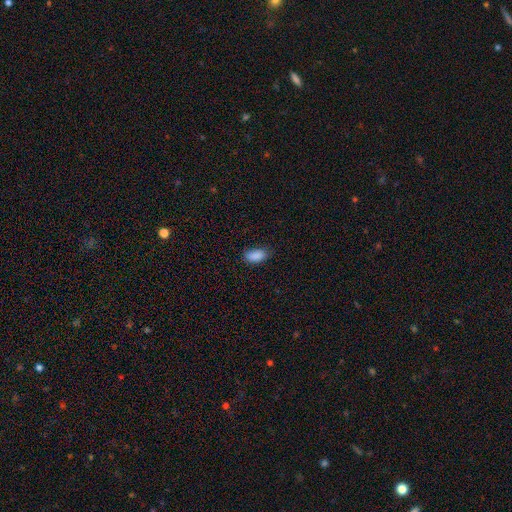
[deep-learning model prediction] A smooth galaxy with no disk features (88%) that is in between round and cigar-shaped (92%).

Vote fractions:
- Smooth or featured? smooth: 88% / star or artifact: 8% / featured or disk: 4%
- How rounded? in between: 92% / cigar-shaped: 4% / round: 3%
- Merging? none: 77% / minor disturbance: 18% / major disturbance: 3% / merger: 1%